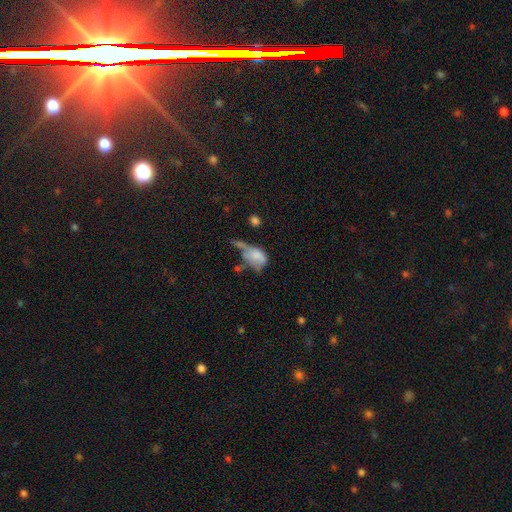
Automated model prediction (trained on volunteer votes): Q: Smooth or featured?
A: smooth (64%); runner-up: featured or disk (27%)
Q: How rounded?
A: in between (79%); runner-up: round (18%)
Q: Merging?
A: major disturbance (35%); runner-up: merger (27%)